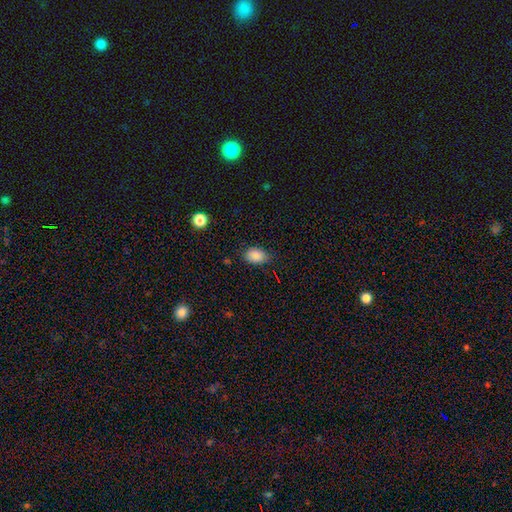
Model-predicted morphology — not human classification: smooth 87%, star or artifact 9%, featured or disk 5%. Down the decision tree: how rounded — in between (81%); merging — none (79%).